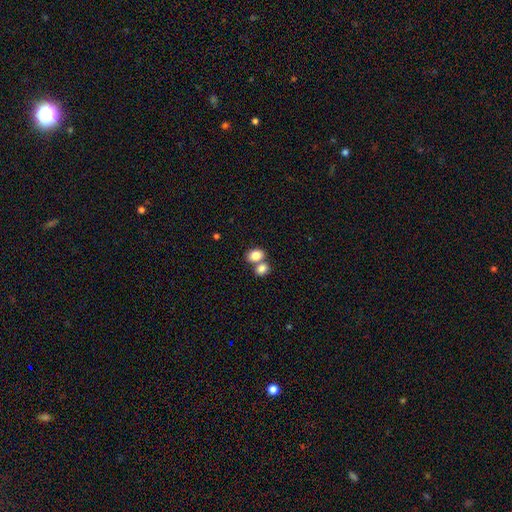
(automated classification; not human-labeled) The model was most divided on "merging": merger: 50%, none: 39%, minor disturbance: 8%, major disturbance: 3%. More confident: smooth or featured — smooth (83%); how rounded — in between (63%).